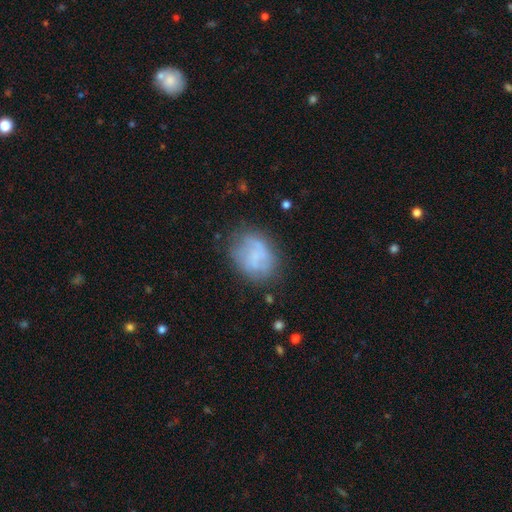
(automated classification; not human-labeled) Morphology: type=featured or disk (47%); merging=none (62%).